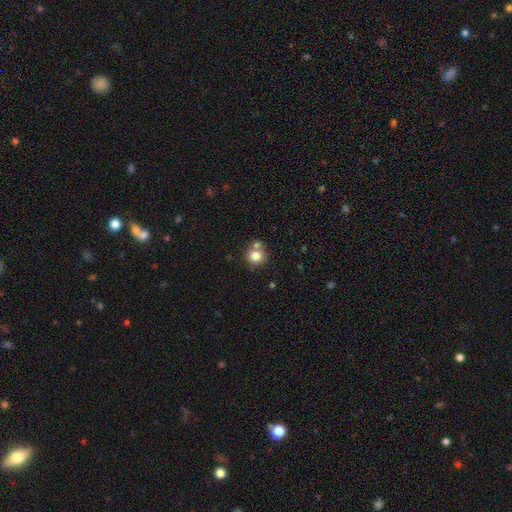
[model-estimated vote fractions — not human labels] smooth 80%, star or artifact 11%, featured or disk 9%. Down the decision tree: how rounded — round (90%); merging — none (61%).